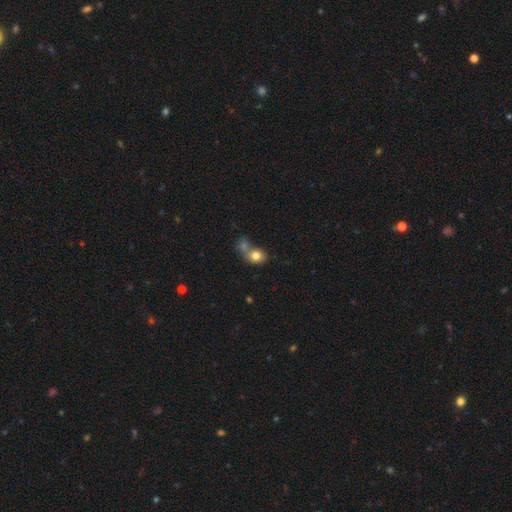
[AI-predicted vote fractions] This is likely a smooth galaxy (78%). How rounded: likely round (62%). Merging: possibly merger (51%).